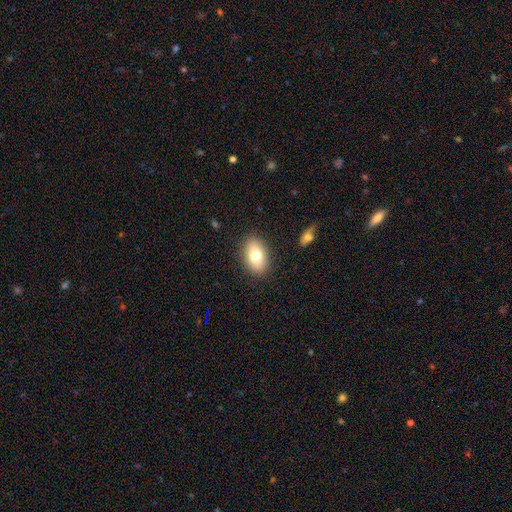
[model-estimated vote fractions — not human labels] Overall: smooth (76%). How rounded: in between (87%). Merging: none (87%).